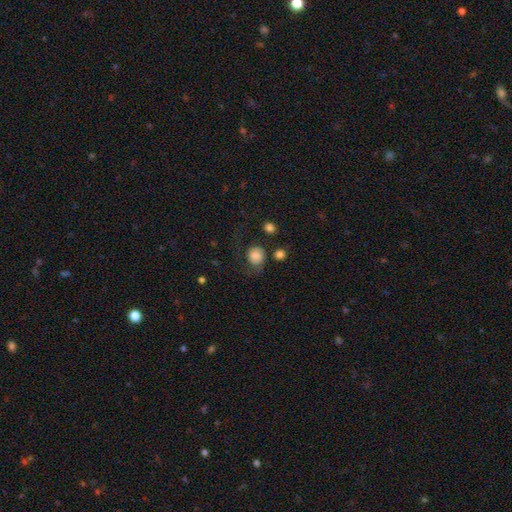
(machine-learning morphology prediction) A smooth galaxy with no disk features (77%) that is round (76%). Merging: none (54%).